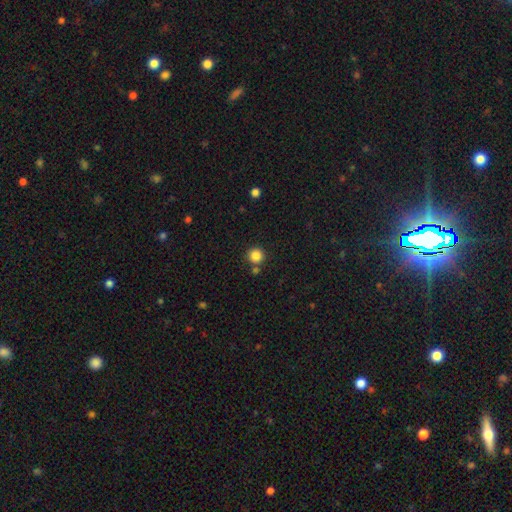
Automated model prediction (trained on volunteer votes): Morphology: type=smooth (85%); roundness=round (95%); merging=none (80%).